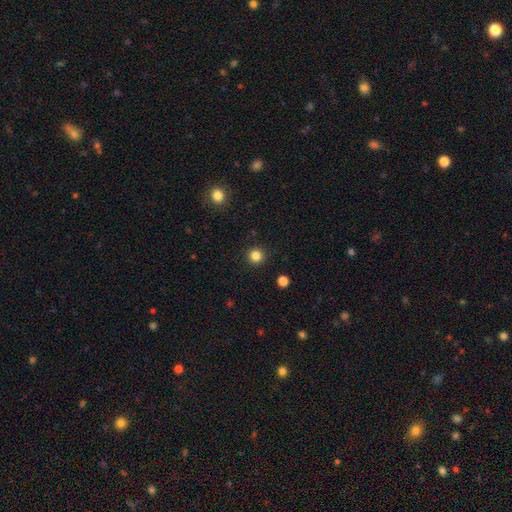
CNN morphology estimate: smooth-or-featured: smooth: 84% | star or artifact: 12% | featured or disk: 4%
  how-rounded: round: 95% | in between: 4% | cigar-shaped: 1%
  merging: none: 93% | minor disturbance: 5% | major disturbance: 2% | merger: 1%